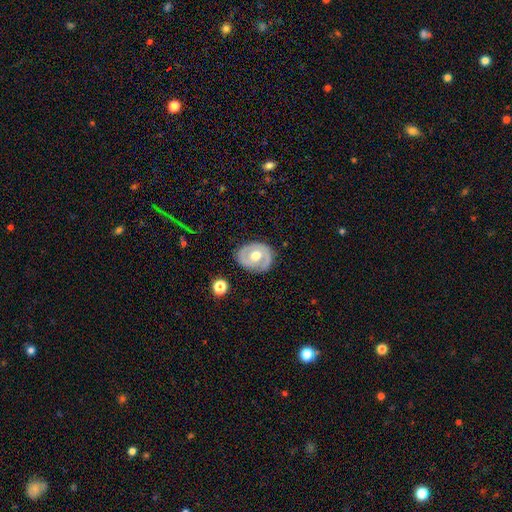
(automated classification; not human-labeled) A featured or disk galaxy (63%) with no bar (69%), spiral arms (51%) and a moderate central bulge (73%).

Vote fractions:
- Smooth or featured? featured or disk: 63% / smooth: 31% / star or artifact: 5%
- Edge-on disk? no: 95% / yes: 5%
- Bar? no: 69% / weak: 25% / strong: 6%
- Spiral arms? yes: 51% / no: 49%
- Bulge size? moderate: 73% / large: 18% / small: 7% / dominant: 1% / none: 1%
- Merging? none: 77% / minor disturbance: 16% / major disturbance: 5% / merger: 2%